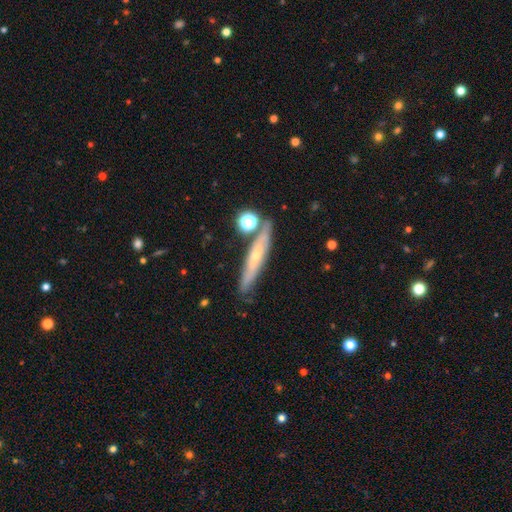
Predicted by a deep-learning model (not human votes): This is possibly a featured or disk galaxy (55%). It is likely viewed edge-on (76%). Merging: likely none (73%).